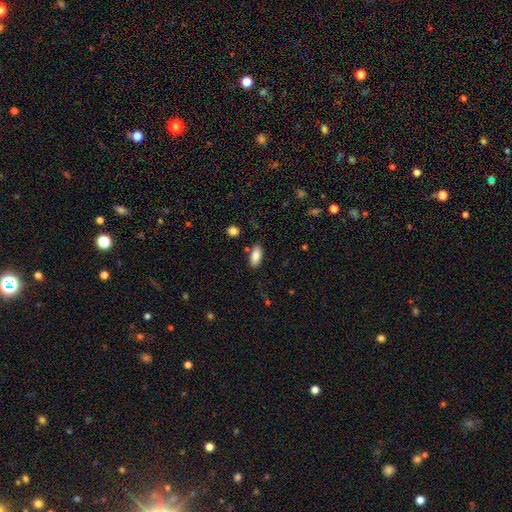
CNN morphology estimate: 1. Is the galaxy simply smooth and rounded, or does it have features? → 85% smooth, 8% featured or disk, 7% star or artifact.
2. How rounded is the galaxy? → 89% in between, 9% cigar-shaped, 2% round.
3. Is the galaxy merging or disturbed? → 83% none, 11% minor disturbance, 3% merger, 2% major disturbance.